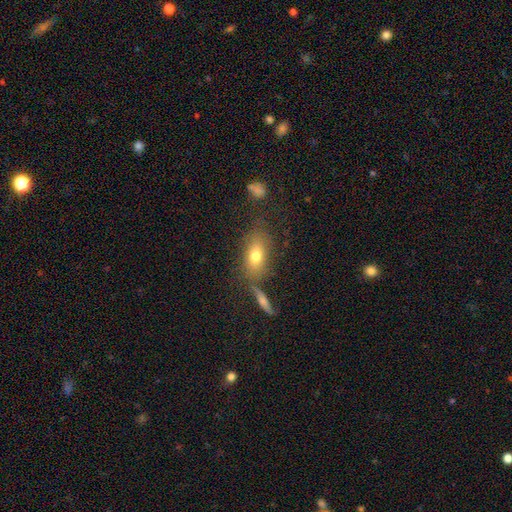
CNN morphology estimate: smooth_or_featured: smooth (p=0.72) [alt: featured or disk p=0.18]
how_rounded: in between (p=0.81) [alt: round p=0.11]
merging: none (p=0.68) [alt: minor disturbance p=0.15]